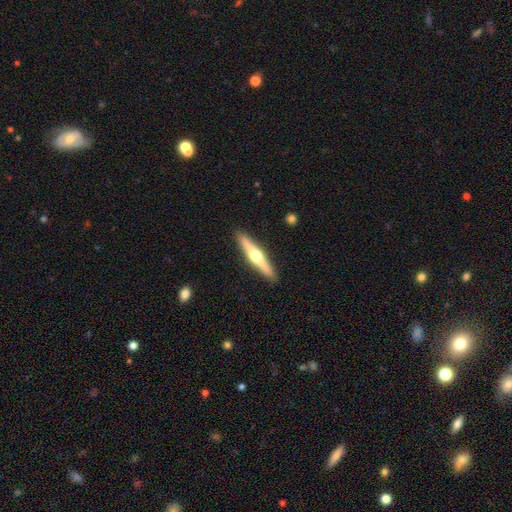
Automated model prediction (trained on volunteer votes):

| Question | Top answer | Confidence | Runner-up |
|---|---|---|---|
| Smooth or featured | featured or disk | 65% | smooth (30%) |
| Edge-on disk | yes | 97% | no (3%) |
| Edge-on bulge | rounded | 94% | none (3%) |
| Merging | none | 91% | minor disturbance (7%) |